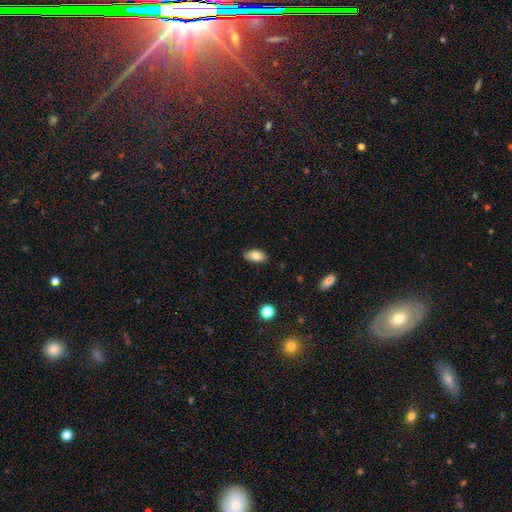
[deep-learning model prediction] A smooth galaxy with no disk features (83%) that is in between round and cigar-shaped (92%).

Vote fractions:
- Smooth or featured? smooth: 83% / featured or disk: 10% / star or artifact: 8%
- How rounded? in between: 92% / round: 5% / cigar-shaped: 3%
- Merging? none: 85% / minor disturbance: 12% / major disturbance: 2% / merger: 1%